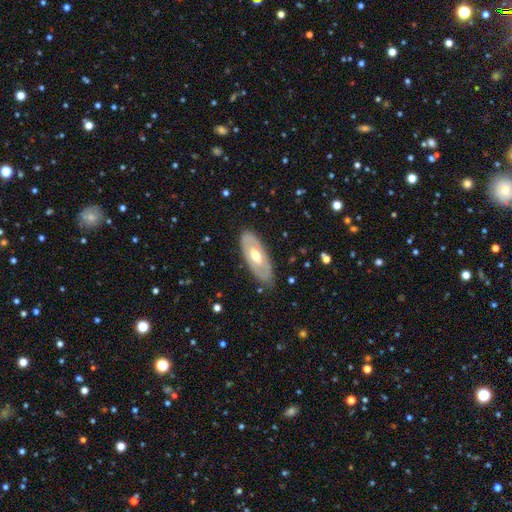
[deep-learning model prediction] Morphology: type=featured or disk (58%); edge-on=no (81%); merging=none (82%).